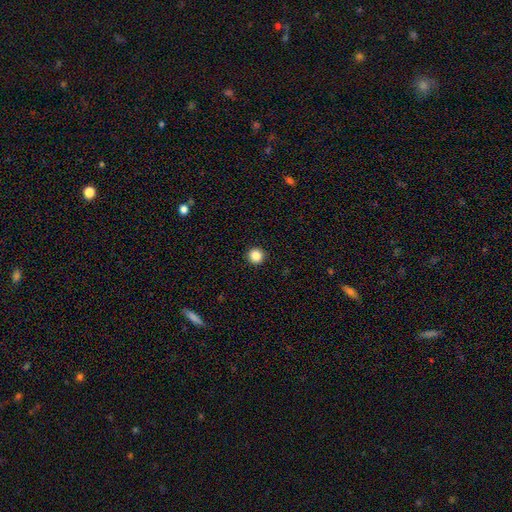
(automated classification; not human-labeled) The model was most divided on "smooth or featured": smooth: 86%, star or artifact: 10%, featured or disk: 4%. More confident: how rounded — round (96%); merging — none (94%).